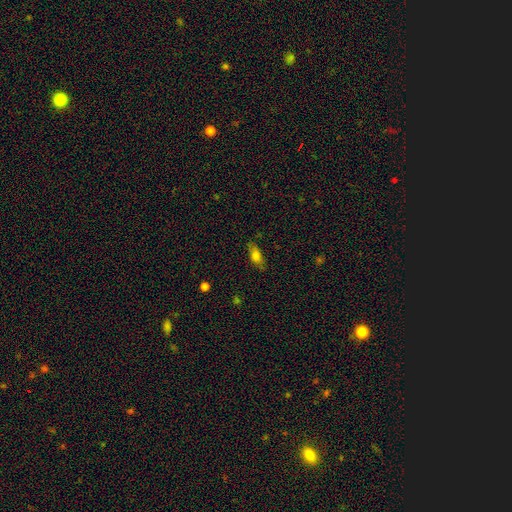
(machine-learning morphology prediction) This is likely a smooth galaxy (71%). How rounded: likely in between (71%). Merging: likely none (78%).